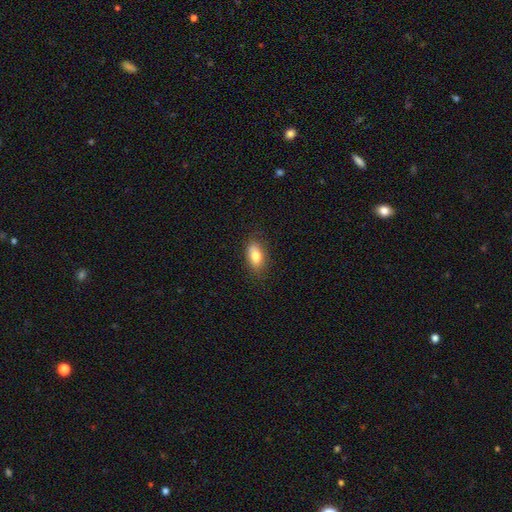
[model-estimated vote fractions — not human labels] Q: Smooth or featured?
A: smooth (80%); runner-up: featured or disk (12%)
Q: How rounded?
A: in between (87%); runner-up: round (7%)
Q: Merging?
A: none (82%); runner-up: minor disturbance (13%)